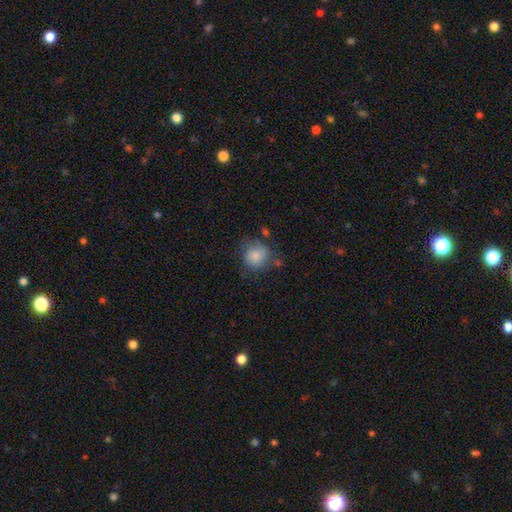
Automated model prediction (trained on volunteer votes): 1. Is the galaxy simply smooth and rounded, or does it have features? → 83% smooth, 9% featured or disk, 8% star or artifact.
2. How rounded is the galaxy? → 85% round, 14% in between, 1% cigar-shaped.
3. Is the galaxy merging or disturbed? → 62% none, 24% minor disturbance, 9% major disturbance, 5% merger.